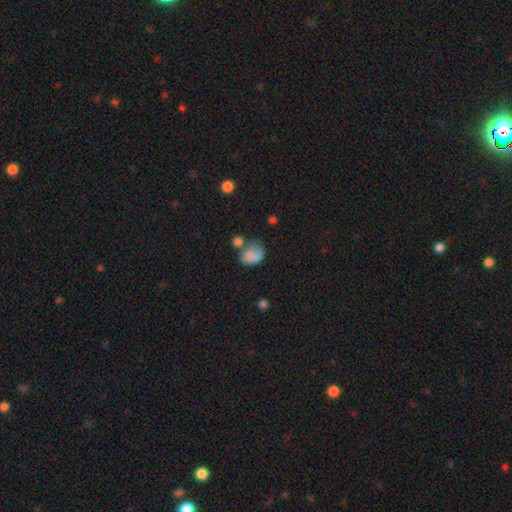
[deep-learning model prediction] smooth_or_featured: smooth (p=0.71) [alt: featured or disk p=0.18]
how_rounded: in between (p=0.60) [alt: round p=0.38]
merging: none (p=0.30) [alt: merger p=0.28]